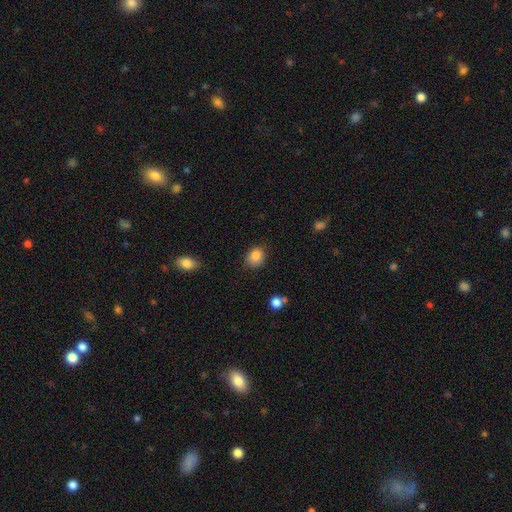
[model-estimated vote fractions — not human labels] Morphology: type=smooth (85%); roundness=round (64%); merging=none (80%).